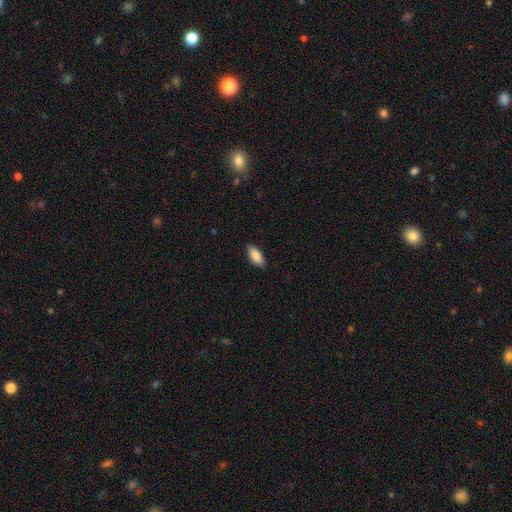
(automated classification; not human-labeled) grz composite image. It shows a smooth galaxy with no disk features (88%) that is in between round and cigar-shaped (85%). Merging: none (88%).